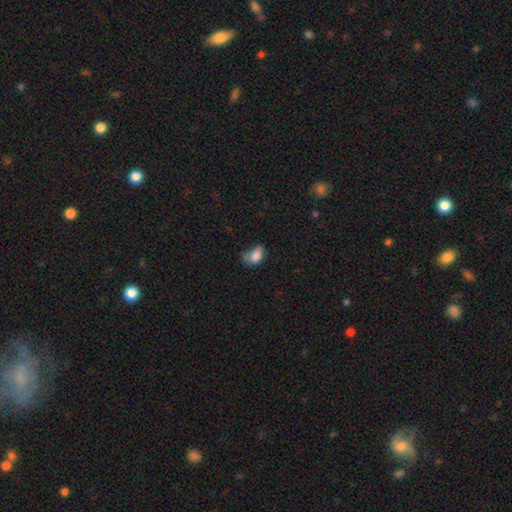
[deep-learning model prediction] This is clearly a smooth galaxy (81%). How rounded: clearly in between (84%). Merging: marginally minor disturbance (38%).